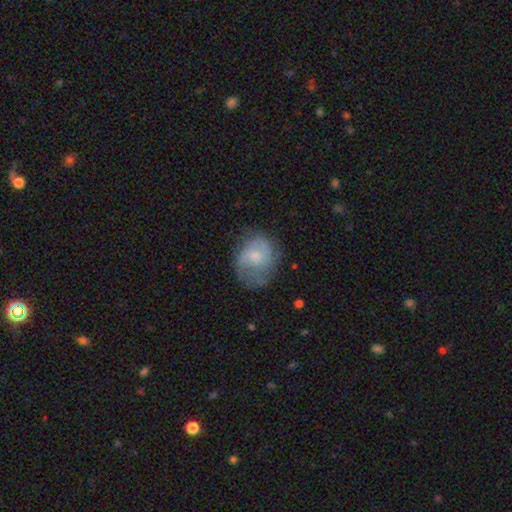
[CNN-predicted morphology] This appears to be a featured or disk galaxy (48%). Merging: none (51%).